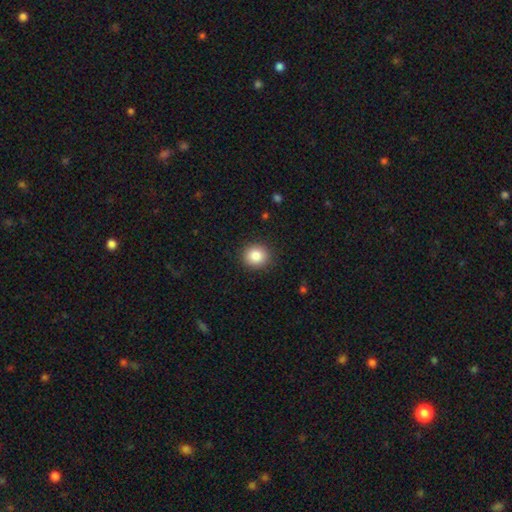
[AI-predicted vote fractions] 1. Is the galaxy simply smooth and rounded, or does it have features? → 85% smooth, 9% star or artifact, 5% featured or disk.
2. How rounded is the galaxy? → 86% round, 13% in between, 1% cigar-shaped.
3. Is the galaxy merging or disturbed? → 91% none, 6% minor disturbance, 2% major disturbance, 1% merger.